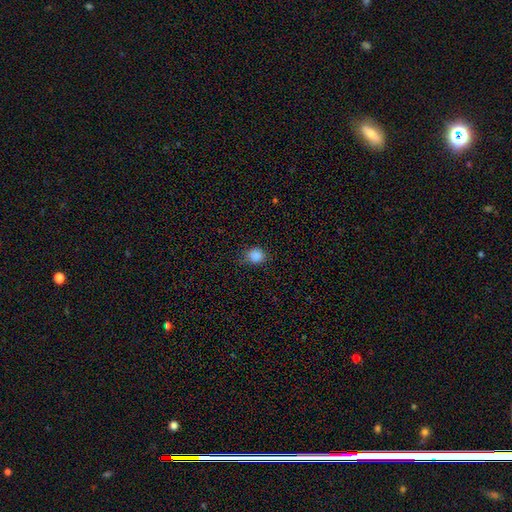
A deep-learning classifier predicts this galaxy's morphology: Smooth or featured: smooth — 86% (star or artifact — 10%)
How rounded: round — 78% (in between — 21%)
Merging: none — 77% (minor disturbance — 18%)